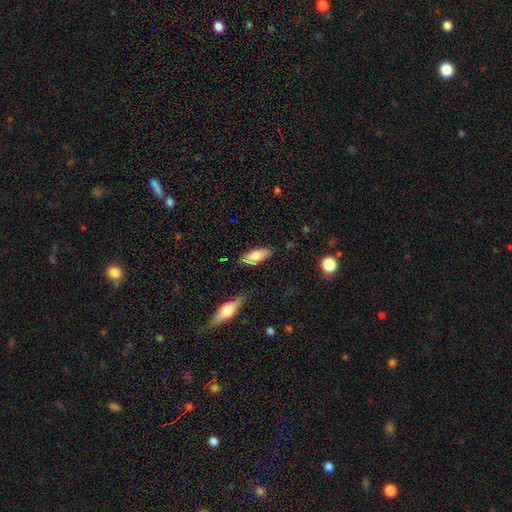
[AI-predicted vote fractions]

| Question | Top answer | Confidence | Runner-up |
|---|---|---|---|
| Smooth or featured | smooth | 74% | featured or disk (19%) |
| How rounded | in between | 80% | cigar-shaped (18%) |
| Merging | none | 75% | minor disturbance (18%) |